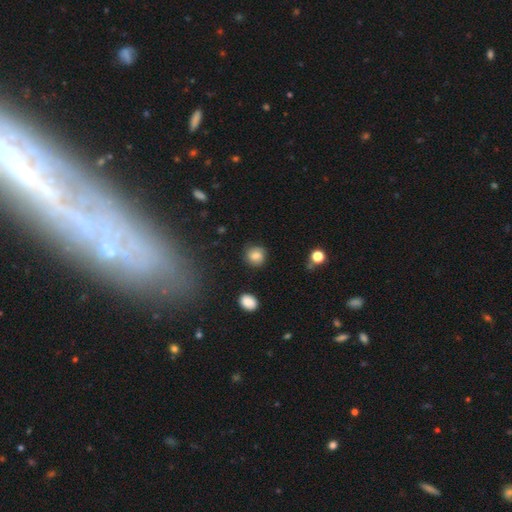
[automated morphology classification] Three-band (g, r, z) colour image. It shows a smooth galaxy with no disk features (72%) that is round (82%). Merging: none (78%).